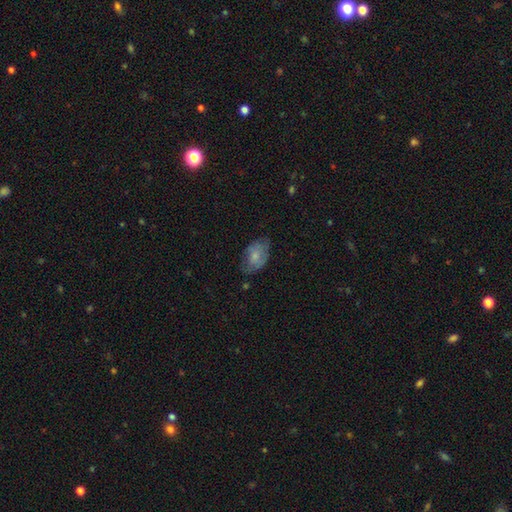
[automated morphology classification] The model was most divided on "merging": none: 57%, minor disturbance: 30%, major disturbance: 11%, merger: 2%. More confident: how rounded — in between (89%); smooth or featured — smooth (64%).